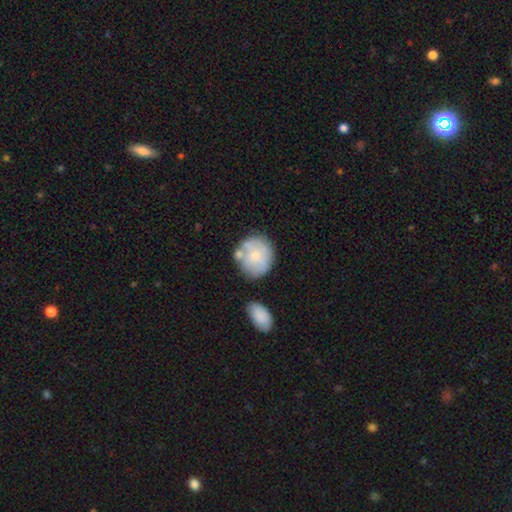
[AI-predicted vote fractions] A smooth galaxy with no disk features (62%) that is round (81%). Merging: none (57%).